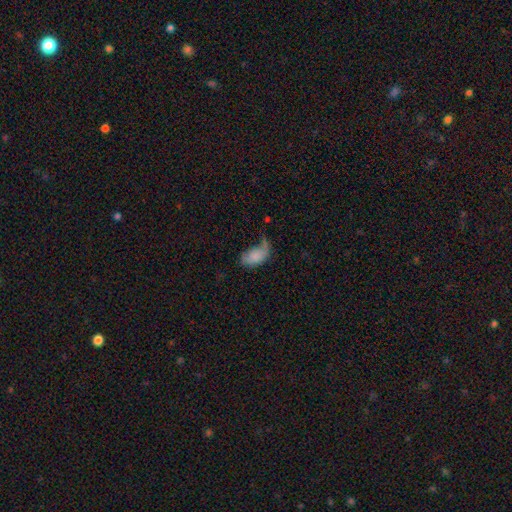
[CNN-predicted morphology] This is likely a smooth galaxy (75%). How rounded: clearly in between (93%). Merging: marginally major disturbance (35%).